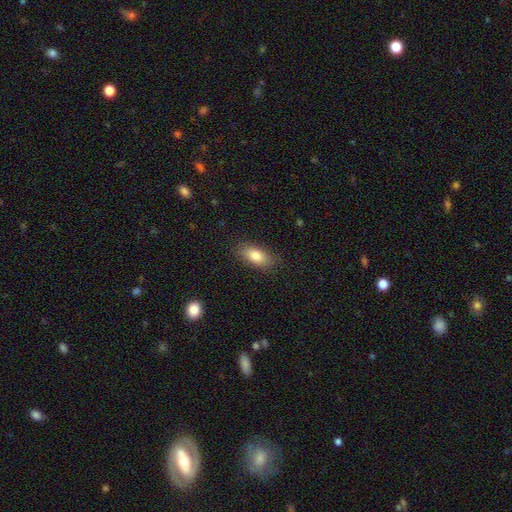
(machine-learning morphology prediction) Smooth or featured? Predicted: smooth (p=0.82). How rounded? Predicted: in between (p=0.87). Merging? Predicted: none (p=0.84).